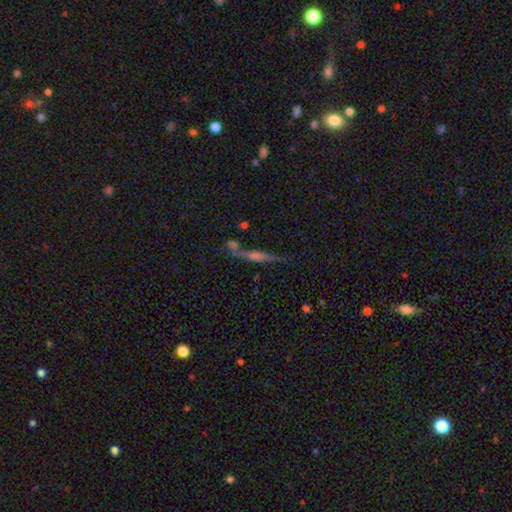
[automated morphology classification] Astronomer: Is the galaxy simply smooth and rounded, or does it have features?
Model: featured or disk — 60%.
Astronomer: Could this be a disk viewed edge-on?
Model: yes — 89%.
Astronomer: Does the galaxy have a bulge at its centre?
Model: rounded — 64%.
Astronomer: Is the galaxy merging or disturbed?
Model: none — 60%.